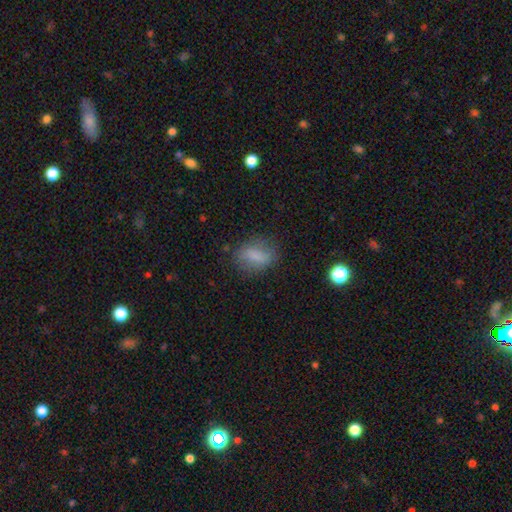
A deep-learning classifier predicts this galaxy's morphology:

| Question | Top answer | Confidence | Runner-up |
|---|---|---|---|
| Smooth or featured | smooth | 78% | featured or disk (12%) |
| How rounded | in between | 77% | round (17%) |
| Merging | none | 74% | minor disturbance (18%) |